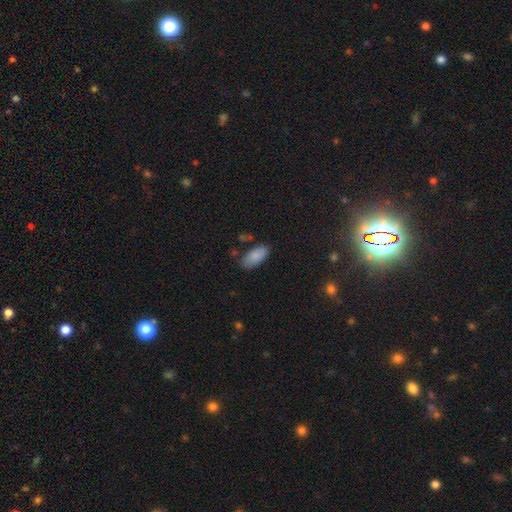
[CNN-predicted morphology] A smooth galaxy with no disk features (84%) that is in between round and cigar-shaped (91%).

Vote fractions:
- Smooth or featured? smooth: 84% / featured or disk: 9% / star or artifact: 7%
- How rounded? in between: 91% / cigar-shaped: 7% / round: 2%
- Merging? none: 76% / minor disturbance: 17% / merger: 4% / major disturbance: 4%